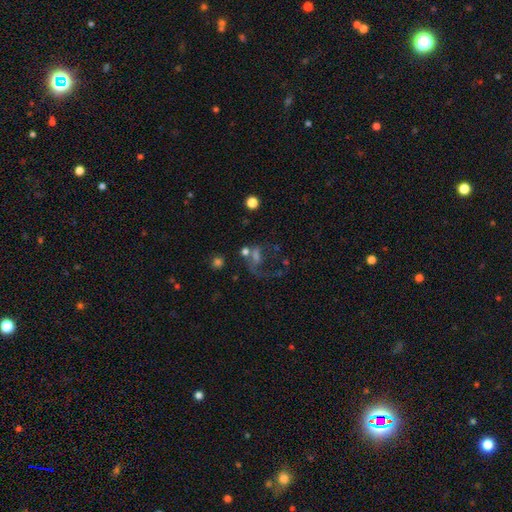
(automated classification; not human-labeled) Q: Smooth or featured?
A: featured or disk (48%); runner-up: smooth (27%)
Q: Merging?
A: major disturbance (40%); runner-up: none (30%)